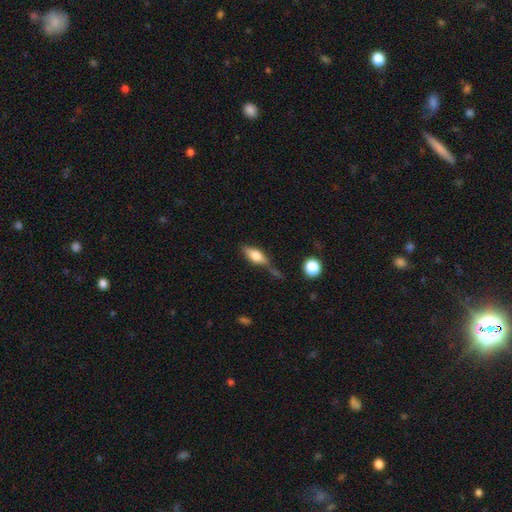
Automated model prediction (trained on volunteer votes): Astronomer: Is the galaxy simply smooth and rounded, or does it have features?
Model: smooth — 56% (runner-up: featured or disk, 35%).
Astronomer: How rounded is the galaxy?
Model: in between — 70%.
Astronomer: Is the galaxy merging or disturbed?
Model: none — 51%.